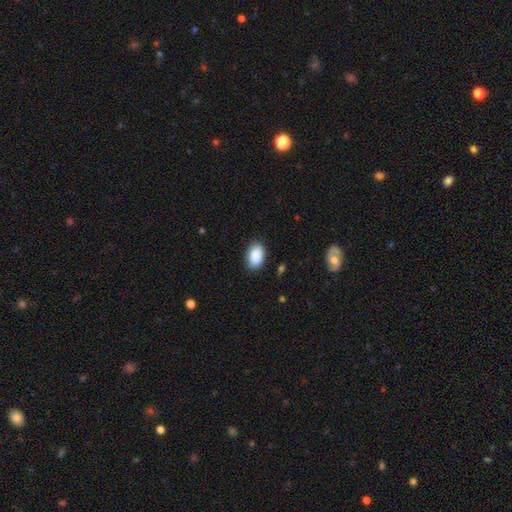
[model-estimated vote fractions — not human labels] Q: Smooth or featured?
A: smooth (90%); runner-up: star or artifact (7%)
Q: How rounded?
A: in between (92%); runner-up: round (7%)
Q: Merging?
A: none (87%); runner-up: minor disturbance (10%)